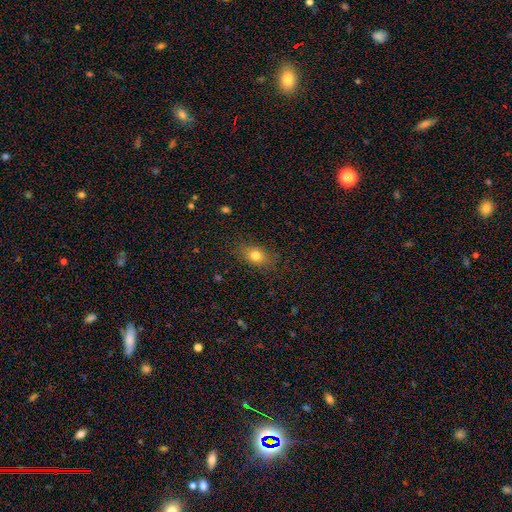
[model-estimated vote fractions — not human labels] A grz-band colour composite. It shows a smooth galaxy with no disk features (80%) that is in between round and cigar-shaped (70%). Merging: none (82%).